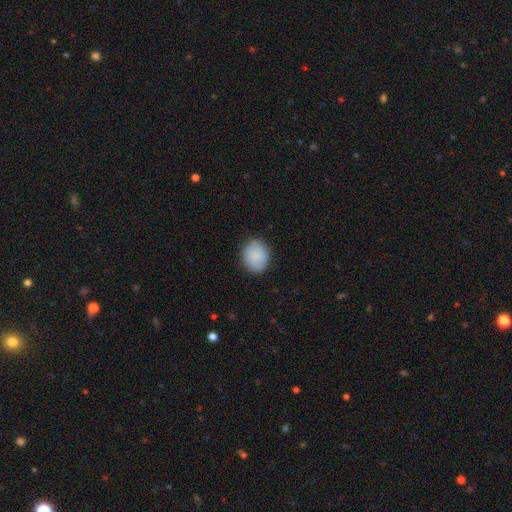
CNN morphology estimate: Smooth or featured?
  - smooth: 87% *
  - star or artifact: 7%
  - featured or disk: 6%
How rounded?
  - round: 70% *
  - in between: 29%
  - cigar-shaped: 1%
Merging?
  - none: 84% *
  - minor disturbance: 12%
  - major disturbance: 3%
  - merger: 1%